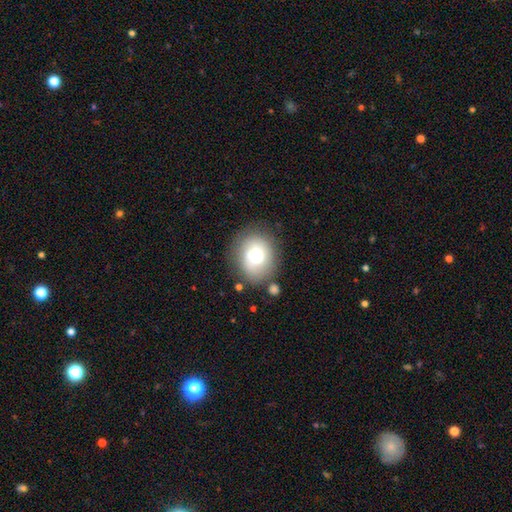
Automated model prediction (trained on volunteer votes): This is likely a smooth galaxy (66%). How rounded: likely round (63%). Merging: likely none (74%).